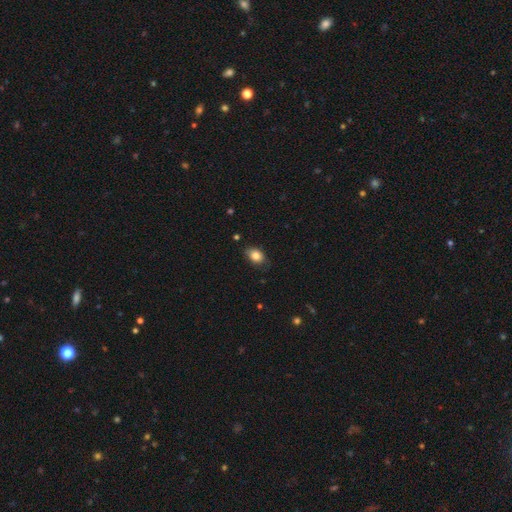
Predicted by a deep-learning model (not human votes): The model was most divided on "merging": none: 75%, minor disturbance: 20%, major disturbance: 4%, merger: 1%. More confident: smooth or featured — smooth (83%); how rounded — in between (77%).